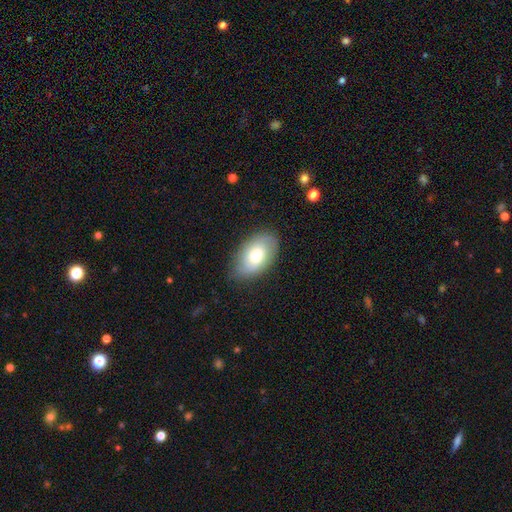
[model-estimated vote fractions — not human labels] The model was most divided on "smooth or featured": smooth: 62%, featured or disk: 31%, star or artifact: 7%. More confident: how rounded — in between (91%); merging — none (78%).